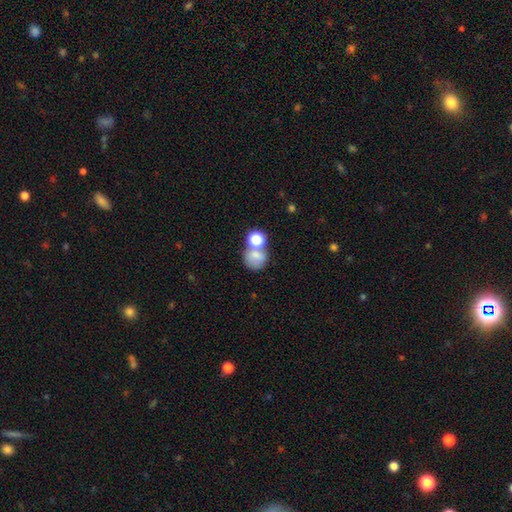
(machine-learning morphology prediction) Smooth or featured: smooth — 71% (star or artifact — 15%)
How rounded: round — 72% (in between — 27%)
Merging: merger — 43% (none — 39%)